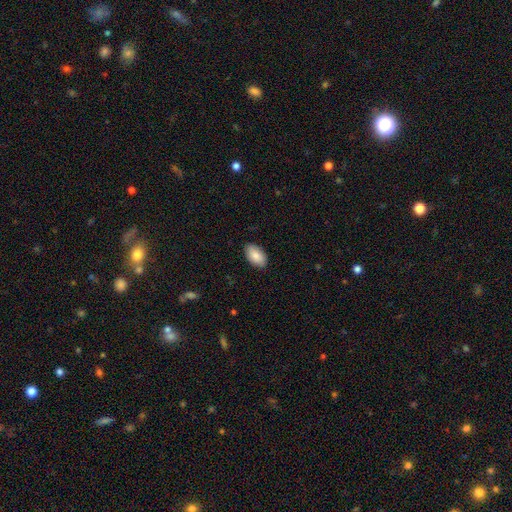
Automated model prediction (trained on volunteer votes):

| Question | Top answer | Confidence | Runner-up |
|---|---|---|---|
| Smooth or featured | smooth | 86% | featured or disk (8%) |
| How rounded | in between | 94% | round (4%) |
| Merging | none | 88% | minor disturbance (9%) |